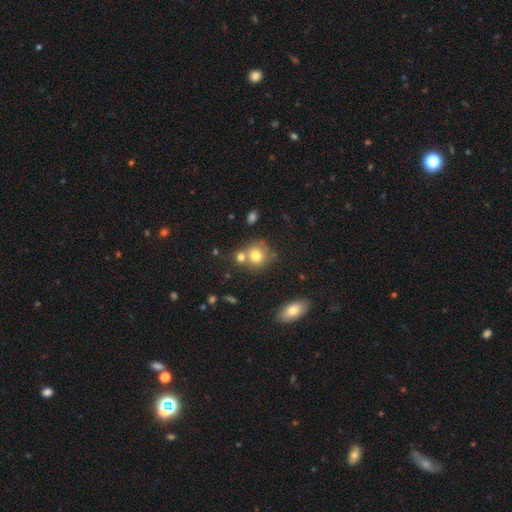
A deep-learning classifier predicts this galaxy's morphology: The model was most divided on "merging": none: 53%, merger: 31%, minor disturbance: 11%, major disturbance: 4%. More confident: how rounded — round (81%); smooth or featured — smooth (75%).